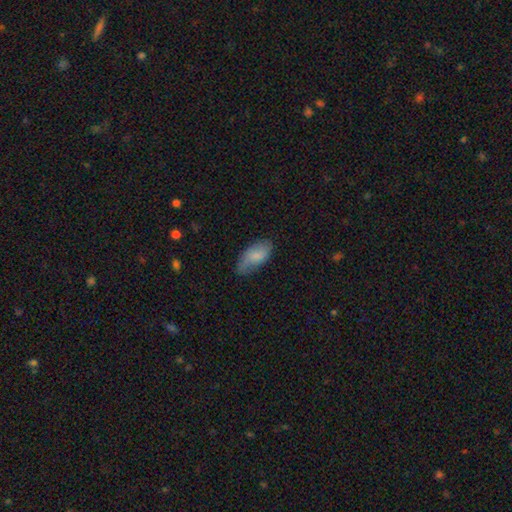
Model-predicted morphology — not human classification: Smooth or featured?
  - smooth: 75% *
  - featured or disk: 18%
  - star or artifact: 6%
How rounded?
  - in between: 92% *
  - cigar-shaped: 5%
  - round: 2%
Merging?
  - none: 61% *
  - minor disturbance: 30%
  - major disturbance: 7%
  - merger: 2%